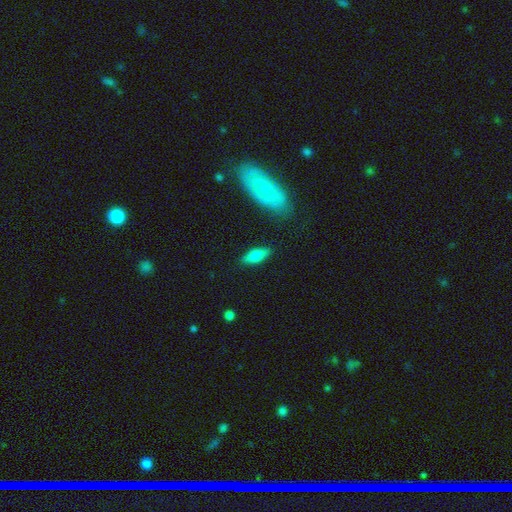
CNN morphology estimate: Overall: smooth (64%; featured or disk 29%). How rounded: in between (68%; cigar-shaped 30%). Merging: none (85%).